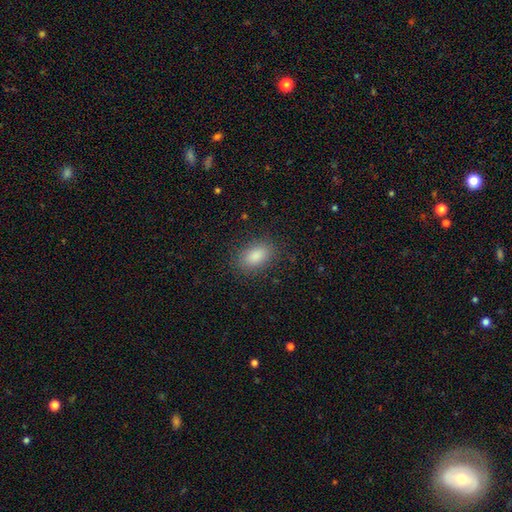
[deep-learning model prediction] Q: Smooth or featured?
A: smooth (87%); runner-up: star or artifact (8%)
Q: How rounded?
A: in between (89%); runner-up: round (9%)
Q: Merging?
A: none (85%); runner-up: minor disturbance (10%)